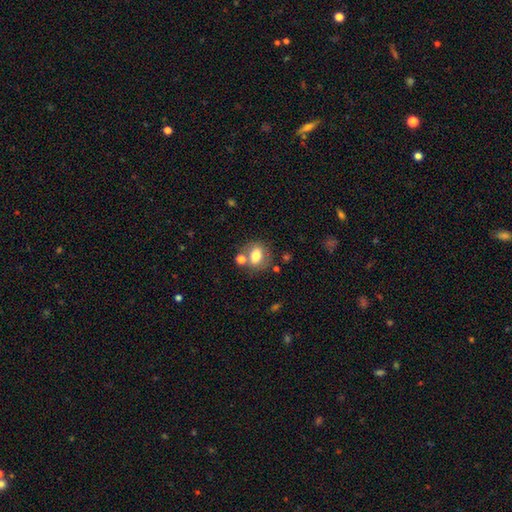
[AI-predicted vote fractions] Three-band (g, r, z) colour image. It shows a smooth galaxy with no disk features (75%) that is in between round and cigar-shaped (63%). Merging: none (62%).